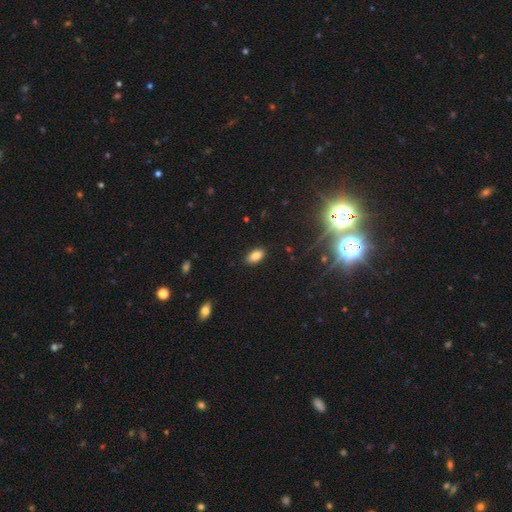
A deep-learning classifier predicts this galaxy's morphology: Smooth or featured: smooth — 82% (star or artifact — 10%)
How rounded: in between — 92% (round — 5%)
Merging: none — 88% (minor disturbance — 9%)